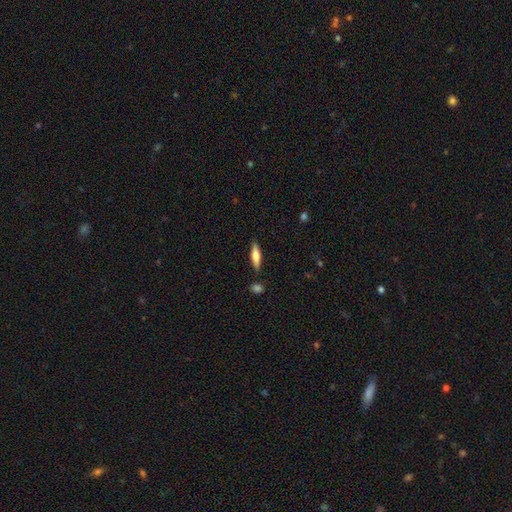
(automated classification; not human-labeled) Q: Smooth or featured?
A: smooth (59%); runner-up: featured or disk (34%)
Q: How rounded?
A: cigar-shaped (68%); runner-up: in between (30%)
Q: Merging?
A: none (85%); runner-up: minor disturbance (10%)